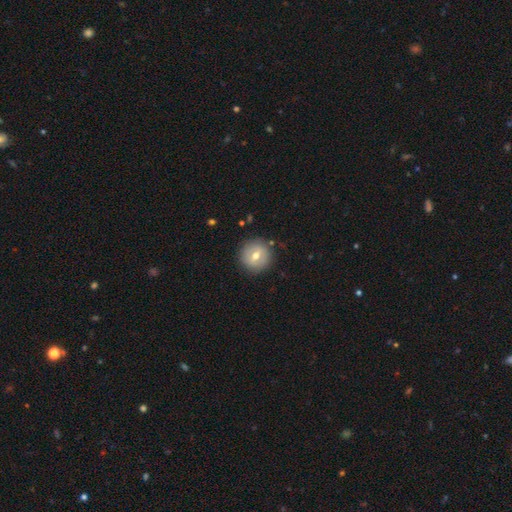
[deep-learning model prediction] Q: Smooth or featured?
A: smooth (61%); runner-up: featured or disk (29%)
Q: How rounded?
A: round (93%); runner-up: in between (6%)
Q: Merging?
A: none (88%); runner-up: minor disturbance (8%)